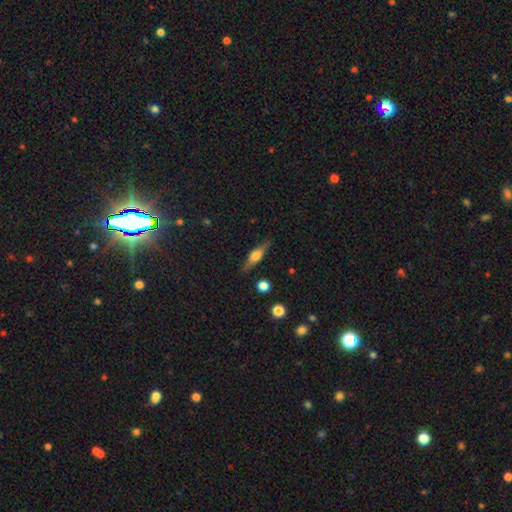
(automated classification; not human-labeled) Overall: featured or disk (58%; smooth 34%). Edge-on disk: yes (95%). Edge-on bulge: rounded (87%). Merging: none (85%).